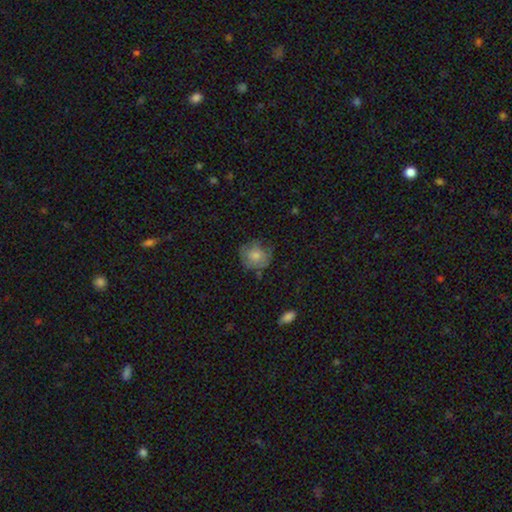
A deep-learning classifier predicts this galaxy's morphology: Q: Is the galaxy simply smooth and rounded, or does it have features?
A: smooth — 69%.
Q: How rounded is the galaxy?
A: round — 79%.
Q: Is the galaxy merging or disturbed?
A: none — 60%.